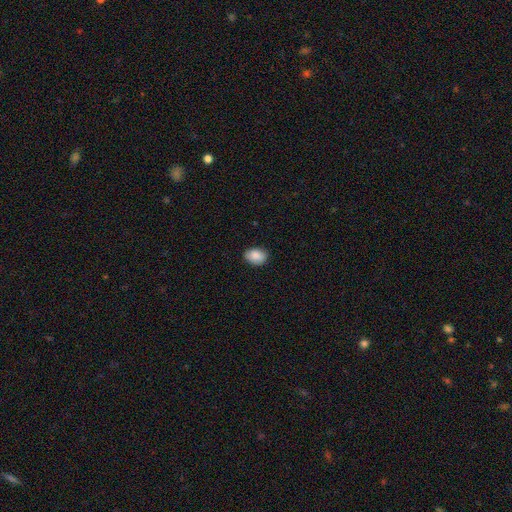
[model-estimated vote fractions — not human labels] Morphology: type=smooth (88%); roundness=in between (79%); merging=none (85%).